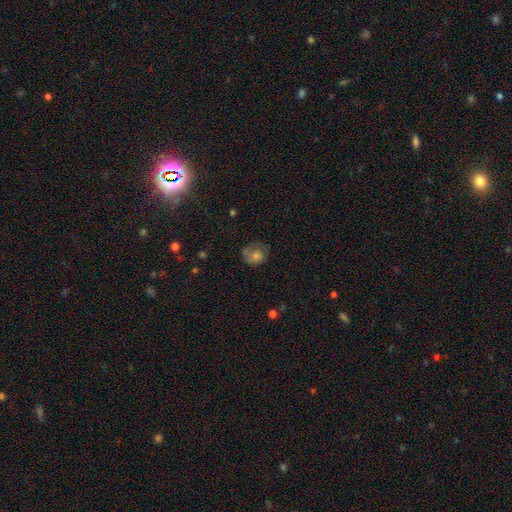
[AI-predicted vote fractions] smooth 56%, featured or disk 27%, star or artifact 17%. Down the decision tree: how rounded — round (69%); merging — none (57%).